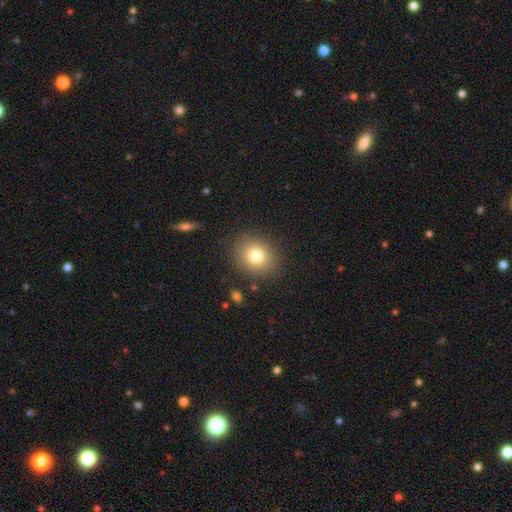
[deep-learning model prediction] Overall: smooth (79%). How rounded: round (65%; in between 34%). Merging: none (86%).